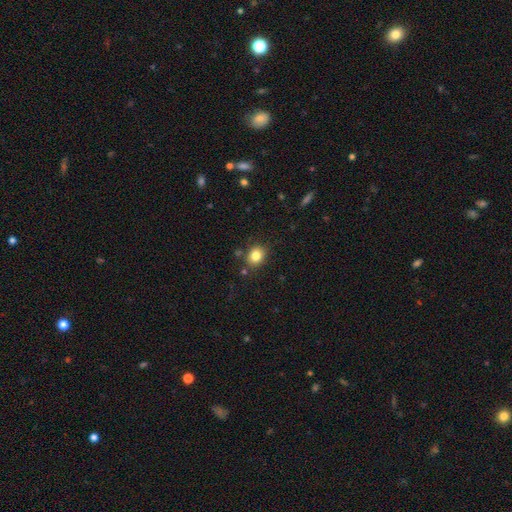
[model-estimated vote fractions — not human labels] Q: Smooth or featured?
A: smooth (83%); runner-up: star or artifact (11%)
Q: How rounded?
A: round (60%); runner-up: in between (39%)
Q: Merging?
A: none (82%); runner-up: minor disturbance (11%)